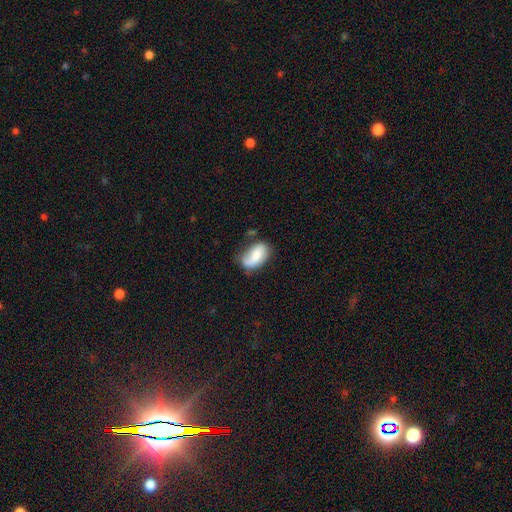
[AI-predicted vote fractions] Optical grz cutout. It shows a smooth galaxy with no disk features (63%) that is in between round and cigar-shaped (92%). Merging: none (52%).